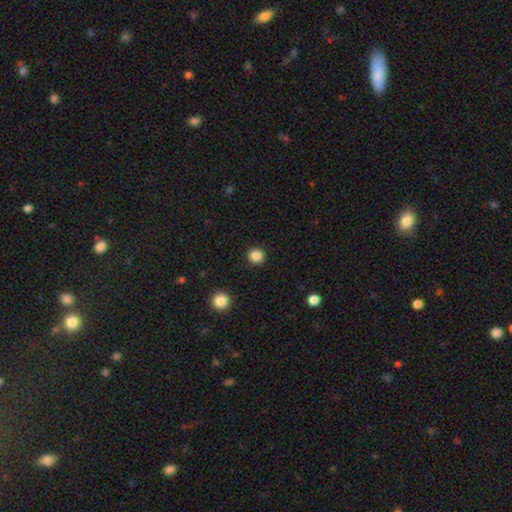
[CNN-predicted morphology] Q: Smooth or featured?
A: smooth (86%); runner-up: star or artifact (11%)
Q: How rounded?
A: round (92%); runner-up: in between (7%)
Q: Merging?
A: none (92%); runner-up: minor disturbance (5%)